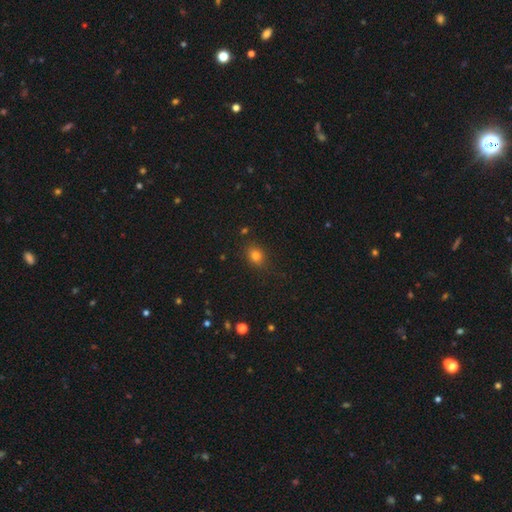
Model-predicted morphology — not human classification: Q: Smooth or featured?
A: smooth (78%); runner-up: star or artifact (15%)
Q: How rounded?
A: round (54%); runner-up: in between (44%)
Q: Merging?
A: none (84%); runner-up: minor disturbance (12%)